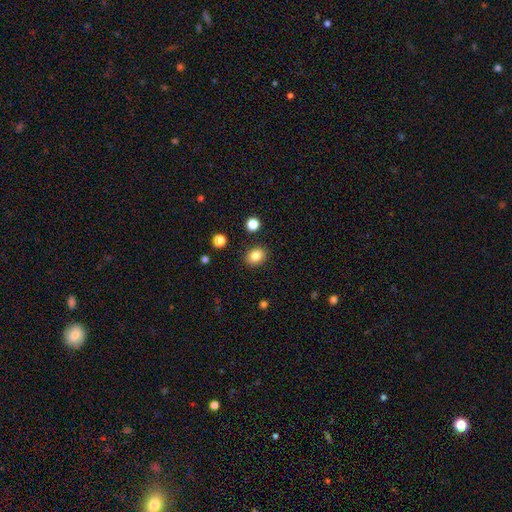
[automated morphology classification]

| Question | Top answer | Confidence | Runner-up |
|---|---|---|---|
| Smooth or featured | smooth | 84% | star or artifact (10%) |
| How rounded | round | 53% | in between (46%) |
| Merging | none | 89% | minor disturbance (7%) |